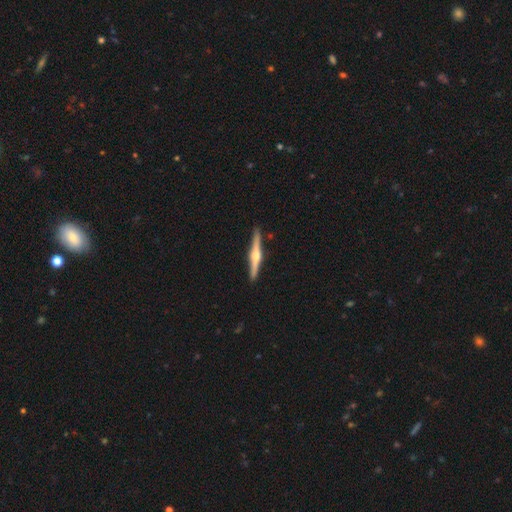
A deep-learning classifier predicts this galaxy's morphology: Smooth or featured: featured or disk — 78% (smooth — 17%)
Edge-on disk: yes — 98% (no — 2%)
Edge-on bulge: rounded — 90% (boxy — 6%)
Merging: none — 91% (minor disturbance — 6%)